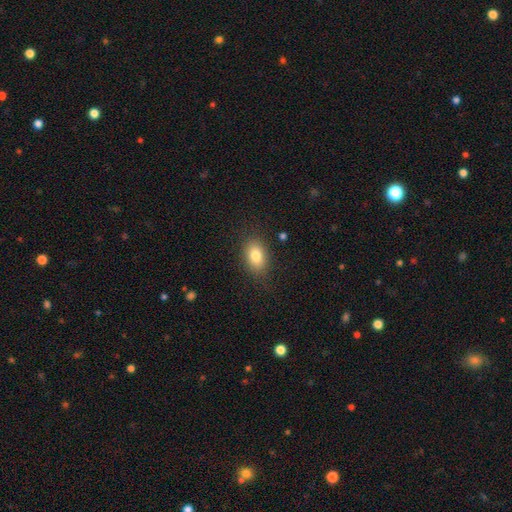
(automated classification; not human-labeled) smooth_or_featured: smooth (p=0.81) [alt: featured or disk p=0.10]
how_rounded: in between (p=0.81) [alt: round p=0.17]
merging: none (p=0.82) [alt: minor disturbance p=0.13]